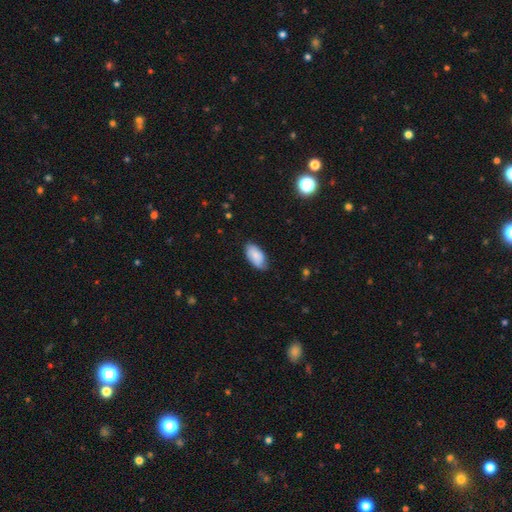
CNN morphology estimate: The model was most divided on "merging": none: 75%, minor disturbance: 21%, major disturbance: 3%, merger: 1%. More confident: how rounded — in between (94%); smooth or featured — smooth (78%).